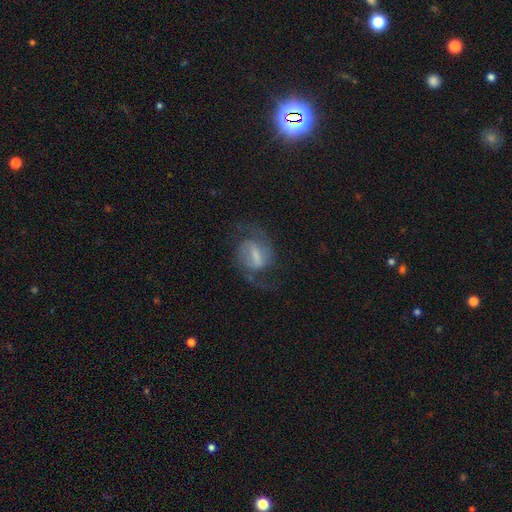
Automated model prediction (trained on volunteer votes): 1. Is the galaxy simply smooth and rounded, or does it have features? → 76% featured or disk, 16% smooth, 8% star or artifact.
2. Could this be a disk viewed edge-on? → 96% no, 4% yes.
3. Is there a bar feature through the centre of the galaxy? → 46% strong, 42% weak, 12% no.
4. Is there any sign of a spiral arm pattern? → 91% yes, 9% no.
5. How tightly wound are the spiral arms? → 53% medium, 30% loose, 17% tight.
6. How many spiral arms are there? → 87% 2, 5% can't tell, 4% 1, 2% 3, 1% 4, 1% more than 4.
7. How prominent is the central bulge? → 34% small, 30% none, 24% moderate, 9% large, 2% dominant.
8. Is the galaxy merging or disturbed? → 63% none, 19% major disturbance, 17% minor disturbance, 2% merger.